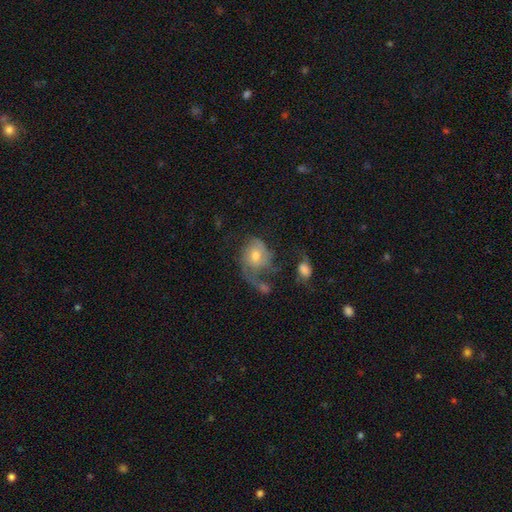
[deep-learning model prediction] featured or disk 65%, smooth 27%, star or artifact 8%. Down the decision tree: edge-on disk — no (97%); bar — no (76%); spiral arms — yes (82%); spiral arm count — 1 (38%); spiral winding — medium (38%); bulge size — moderate (65%); merging — major disturbance (34%).